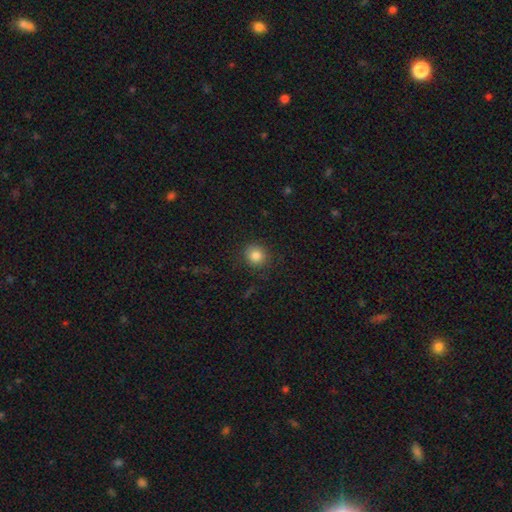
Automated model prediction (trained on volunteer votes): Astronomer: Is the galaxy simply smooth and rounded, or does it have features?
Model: smooth — 84%.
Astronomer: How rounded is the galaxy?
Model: round — 87%.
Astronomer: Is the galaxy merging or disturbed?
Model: none — 85%.